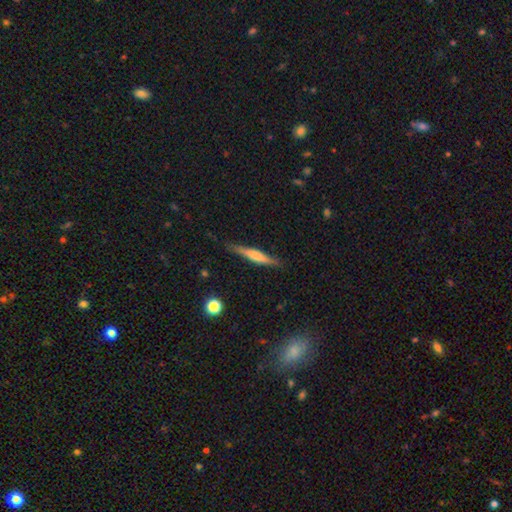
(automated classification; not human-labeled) A smooth galaxy with no disk features (47%). Merging: none (83%).